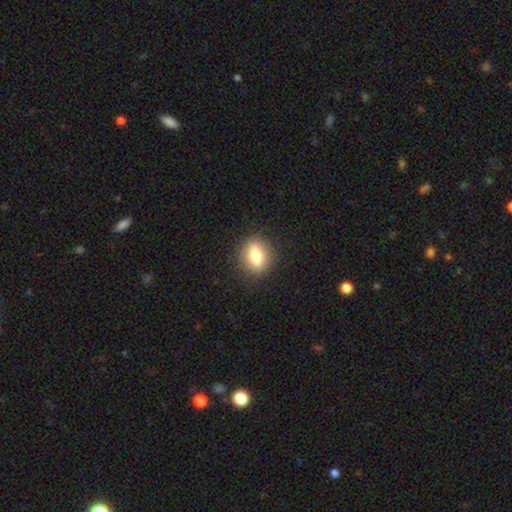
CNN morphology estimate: Smooth or featured? smooth (71%)
How rounded? in between (53%)
Merging? none (87%)